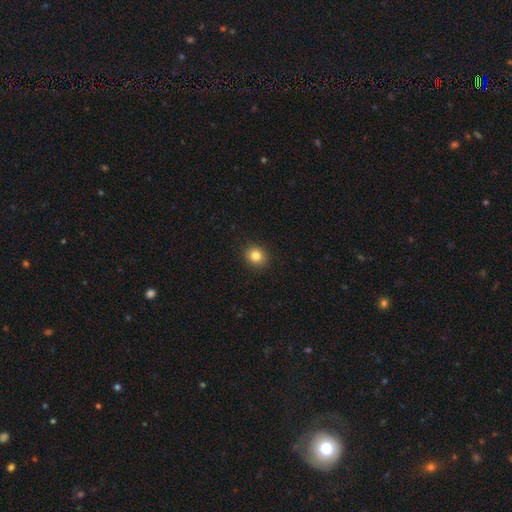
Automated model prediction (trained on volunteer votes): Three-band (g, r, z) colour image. It shows a smooth galaxy with no disk features (83%) that is round (77%). Merging: none (91%).